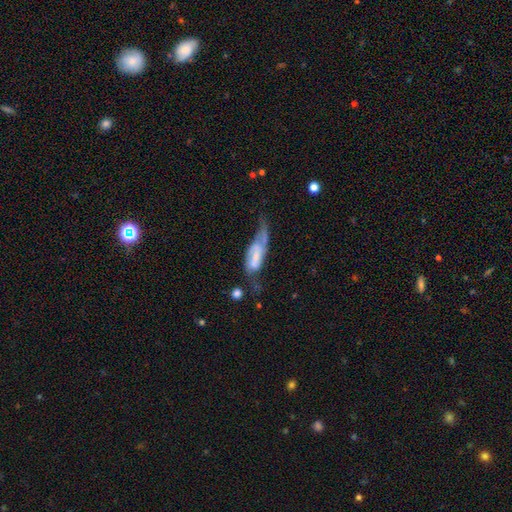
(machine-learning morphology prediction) This is possibly a featured or disk galaxy (52%). It is clearly not viewed edge-on (81%). Merging: marginally major disturbance (42%).